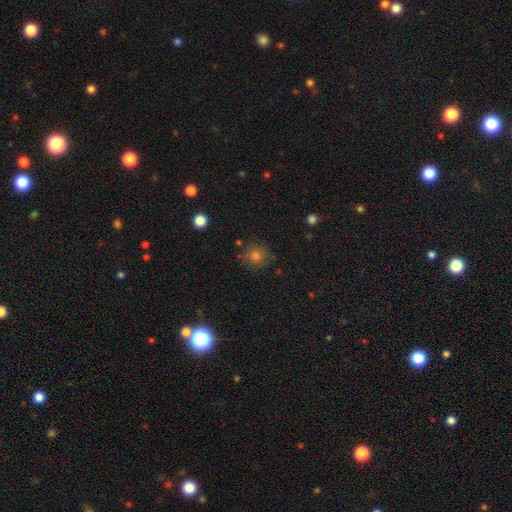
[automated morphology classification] type=smooth (69%); roundness=round (92%); merging=none (84%).